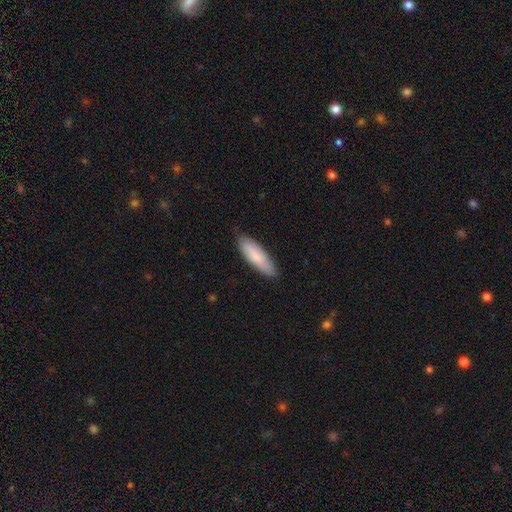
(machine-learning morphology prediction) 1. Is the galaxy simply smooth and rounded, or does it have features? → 84% smooth, 11% featured or disk, 5% star or artifact.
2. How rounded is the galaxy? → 54% cigar-shaped, 45% in between, 1% round.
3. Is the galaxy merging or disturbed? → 85% none, 12% minor disturbance, 2% major disturbance, 1% merger.